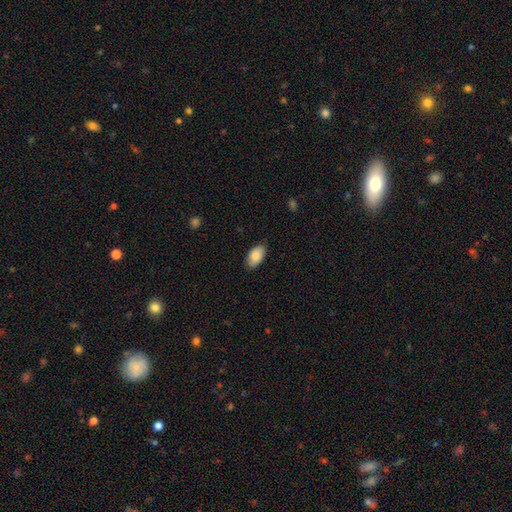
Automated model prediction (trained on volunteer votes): This is clearly a smooth galaxy (86%). How rounded: clearly in between (94%). Merging: clearly none (84%).